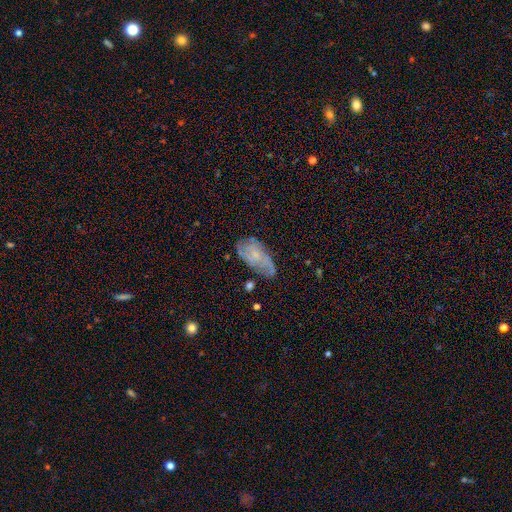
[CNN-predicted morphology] smooth-or-featured: featured or disk: 65% | smooth: 26% | star or artifact: 9%
  disk-edge-on: no: 94% | yes: 6%
    bar: no: 72% | weak: 24% | strong: 4%
    has-spiral-arms: yes: 82% | no: 18%
    bulge-size: small: 69% | moderate: 18% | none: 10% | large: 1% | dominant: 1%
  merging: none: 60% | minor disturbance: 26% | major disturbance: 11% | merger: 3%